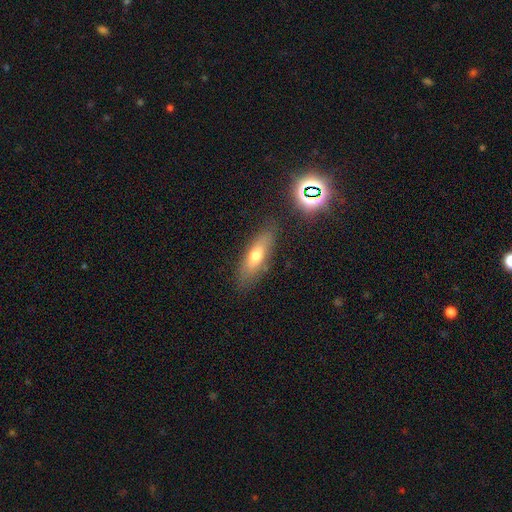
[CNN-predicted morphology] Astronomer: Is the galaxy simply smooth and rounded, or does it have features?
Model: smooth — 64%.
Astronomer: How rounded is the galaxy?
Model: in between — 54% (runner-up: cigar-shaped, 42%).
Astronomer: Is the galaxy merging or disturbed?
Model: none — 80%.